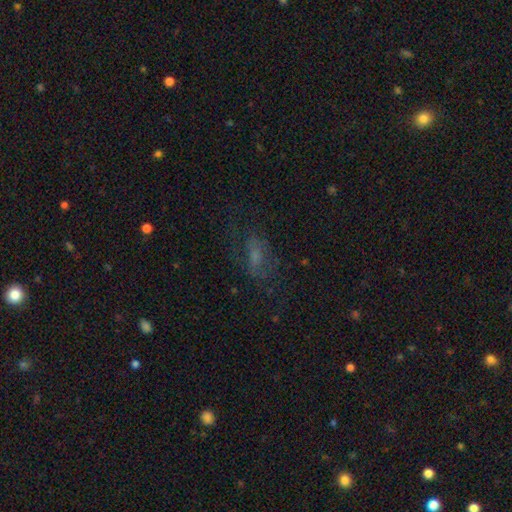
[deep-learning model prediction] A smooth galaxy with no disk features (42%).

Vote fractions:
- Smooth or featured? smooth: 42% / featured or disk: 36% / star or artifact: 22%
- Merging? none: 57% / major disturbance: 21% / minor disturbance: 19% / merger: 2%